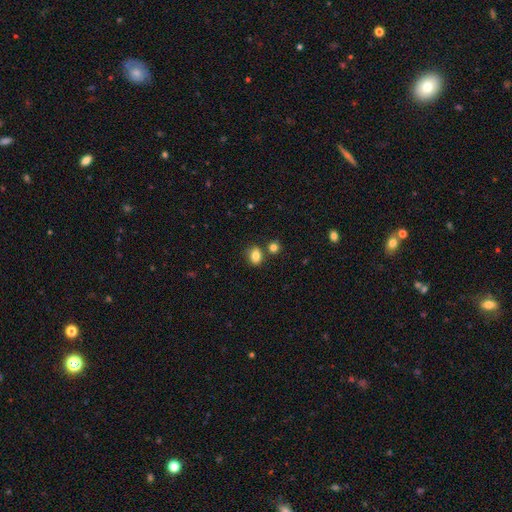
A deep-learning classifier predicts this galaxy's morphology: Q: Smooth or featured?
A: smooth (83%); runner-up: star or artifact (11%)
Q: How rounded?
A: in between (64%); runner-up: round (35%)
Q: Merging?
A: none (72%); runner-up: minor disturbance (13%)